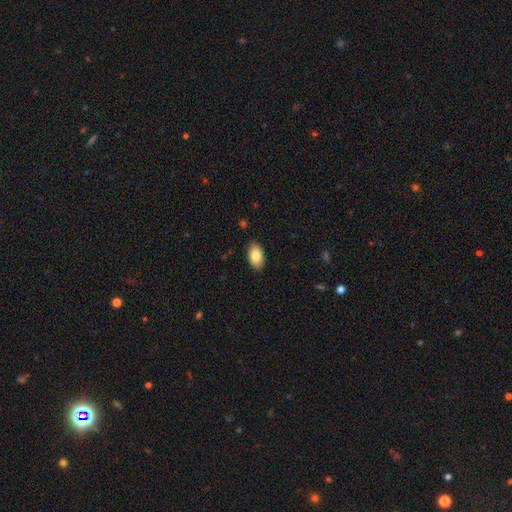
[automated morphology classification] smooth 83%, featured or disk 11%, star or artifact 7%. Down the decision tree: how rounded — in between (94%); merging — none (88%).